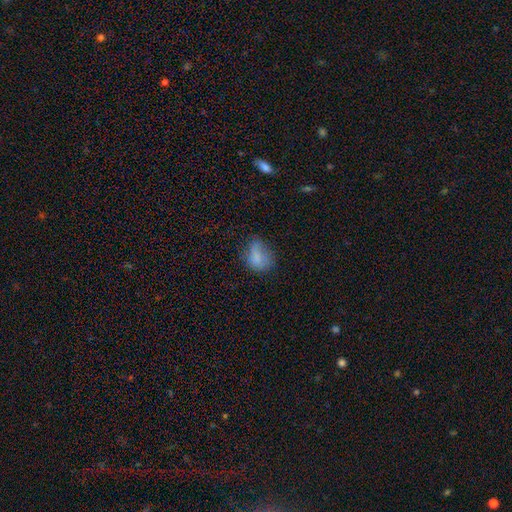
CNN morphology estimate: Overall: smooth (76%). How rounded: in between (65%; round 33%). Merging: none (46%; minor disturbance 34%).